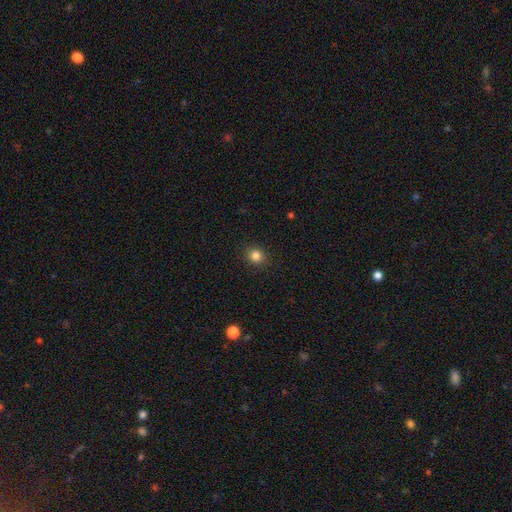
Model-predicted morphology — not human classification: A smooth galaxy with no disk features (84%) that is round (77%). Merging: none (90%).